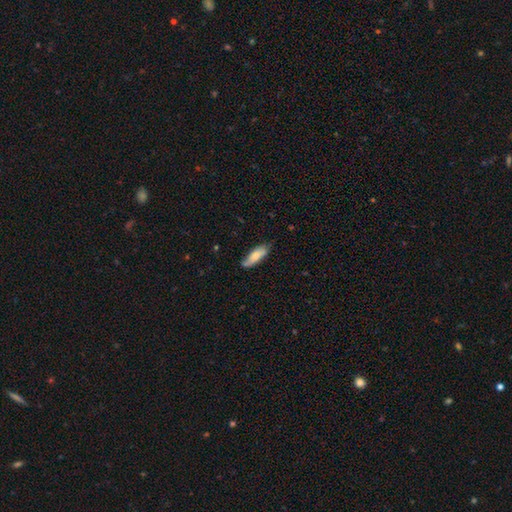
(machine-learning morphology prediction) Smooth or featured? Predicted: smooth (p=0.66). How rounded? Predicted: in between (p=0.62). Merging? Predicted: none (p=0.68).